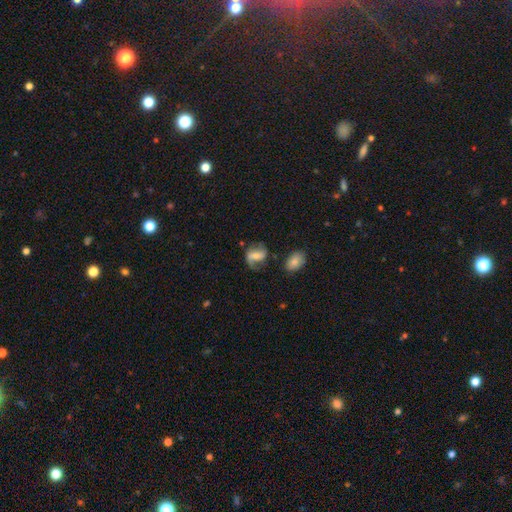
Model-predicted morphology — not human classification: Smooth or featured: featured or disk — 52% (smooth — 39%)
Edge-on disk: no — 96% (yes — 4%)
Merging: none — 56% (minor disturbance — 24%)